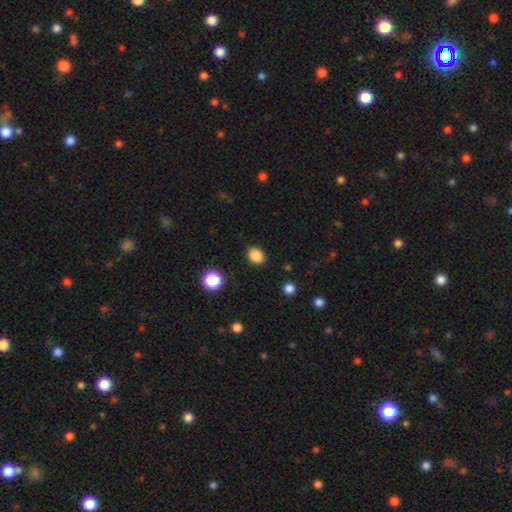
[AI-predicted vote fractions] This appears to be a smooth galaxy with no disk features (86%) that is round (50%). Merging: none (88%).